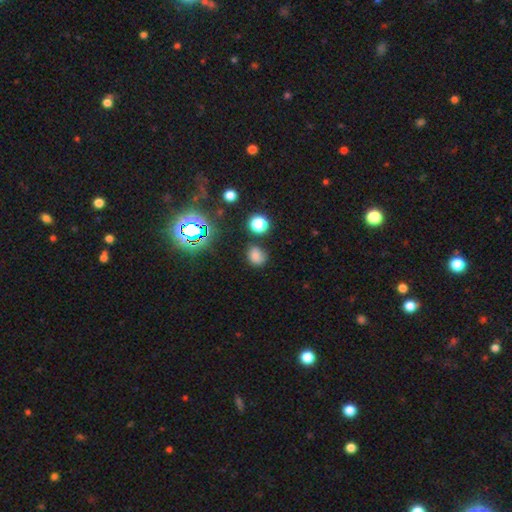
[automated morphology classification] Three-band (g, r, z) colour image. It shows a smooth galaxy with no disk features (71%) that is round (62%). Merging: none (74%).